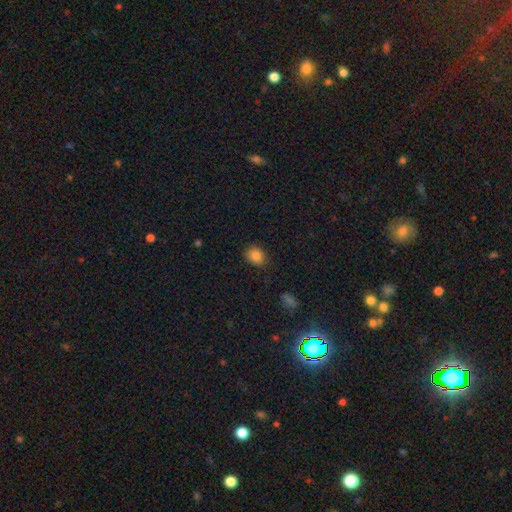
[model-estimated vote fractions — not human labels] Smooth or featured: smooth — 84% (star or artifact — 11%)
How rounded: round — 54% (in between — 45%)
Merging: none — 84% (minor disturbance — 12%)